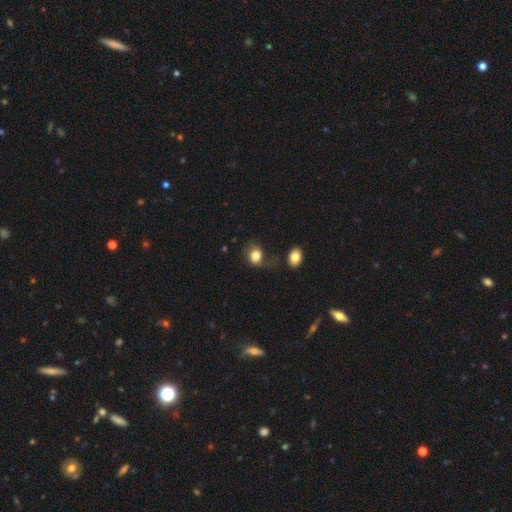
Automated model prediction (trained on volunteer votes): The model was most divided on "how rounded": round: 55%, in between: 44%, cigar-shaped: 1%. Remaining: smooth or featured — smooth (80%); merging — none (45%).